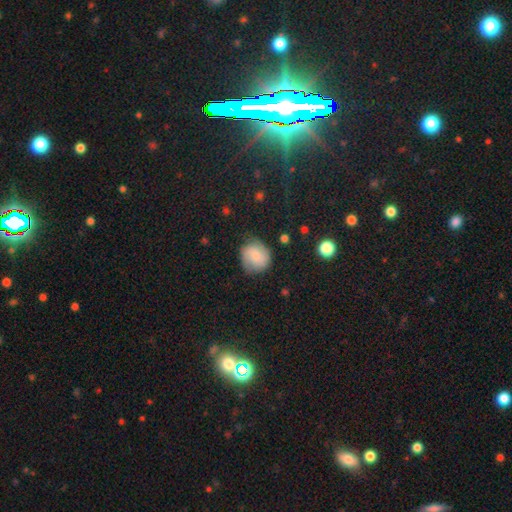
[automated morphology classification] A smooth galaxy with no disk features (66%) that is round (81%). Merging: none (71%).